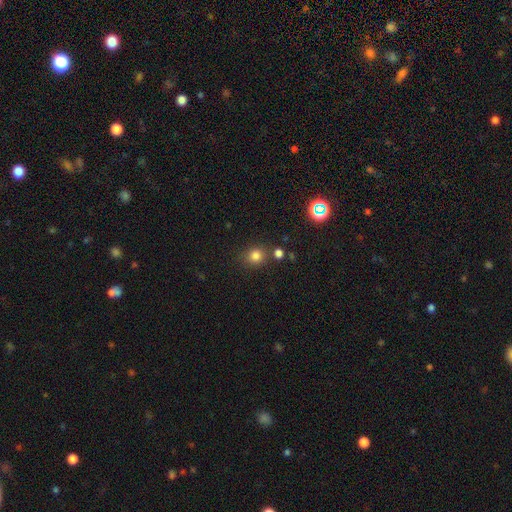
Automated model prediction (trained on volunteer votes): A smooth galaxy with no disk features (80%) that is round (82%).

Vote fractions:
- Smooth or featured? smooth: 80% / star or artifact: 15% / featured or disk: 5%
- How rounded? round: 82% / in between: 17% / cigar-shaped: 1%
- Merging? none: 76% / minor disturbance: 11% / merger: 9% / major disturbance: 4%